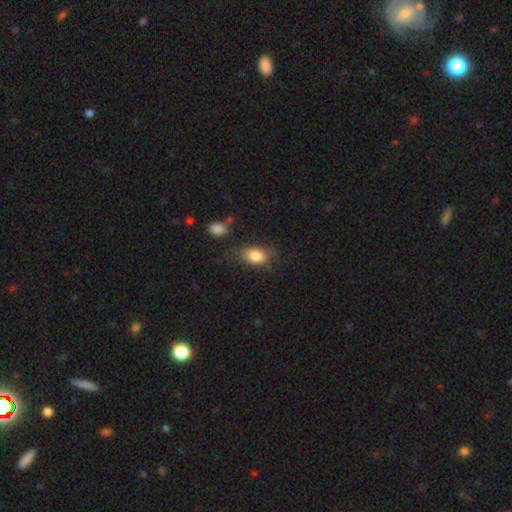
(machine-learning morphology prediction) Smooth or featured?
  - smooth: 84% *
  - star or artifact: 8%
  - featured or disk: 8%
How rounded?
  - in between: 82% *
  - round: 16%
  - cigar-shaped: 2%
Merging?
  - none: 68% *
  - minor disturbance: 20%
  - major disturbance: 7%
  - merger: 4%